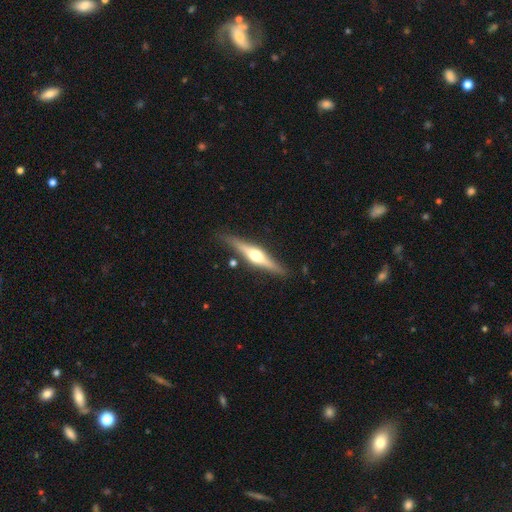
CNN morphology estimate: A featured or disk galaxy (74%) viewed edge-on (97%) with a rounded central bulge (93%).

Vote fractions:
- Smooth or featured? featured or disk: 74% / smooth: 21% / star or artifact: 5%
- Edge-on disk? yes: 97% / no: 3%
- Edge-on bulge? rounded: 93% / boxy: 5% / none: 2%
- Merging? none: 86% / minor disturbance: 10% / merger: 2% / major disturbance: 2%